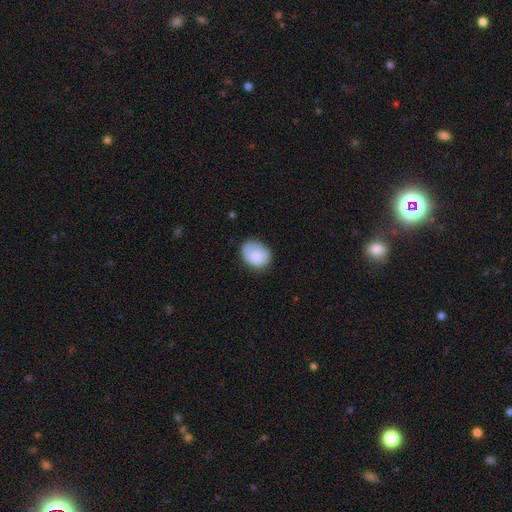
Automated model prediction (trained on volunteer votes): smooth-or-featured: smooth: 82% | featured or disk: 11% | star or artifact: 7%
  how-rounded: in between: 59% | round: 40% | cigar-shaped: 1%
  merging: none: 63% | minor disturbance: 27% | major disturbance: 8% | merger: 2%